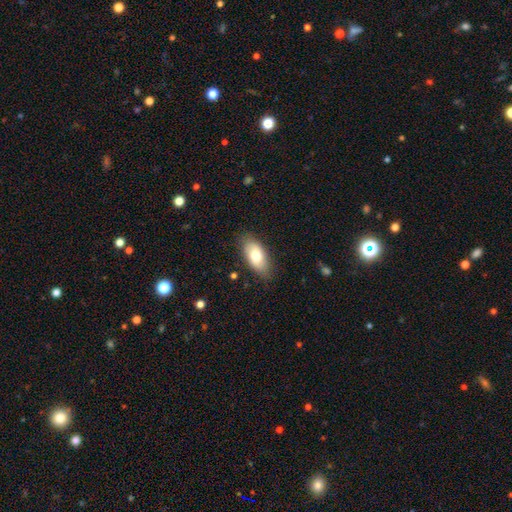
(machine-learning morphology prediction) A smooth galaxy with no disk features (74%) that is in between round and cigar-shaped (90%). Merging: none (83%).